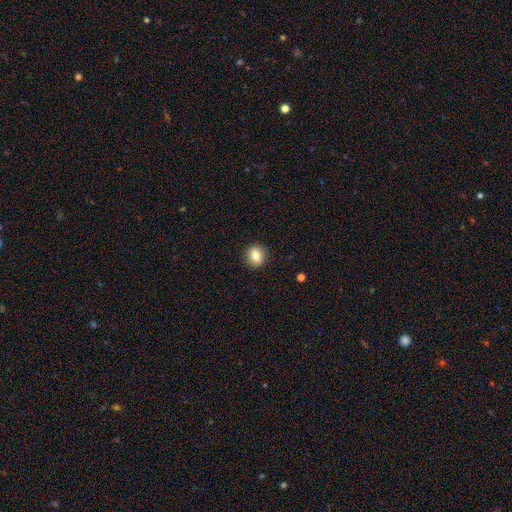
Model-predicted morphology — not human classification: Smooth or featured: smooth — 80% (featured or disk — 11%)
How rounded: round — 71% (in between — 27%)
Merging: none — 90% (minor disturbance — 7%)